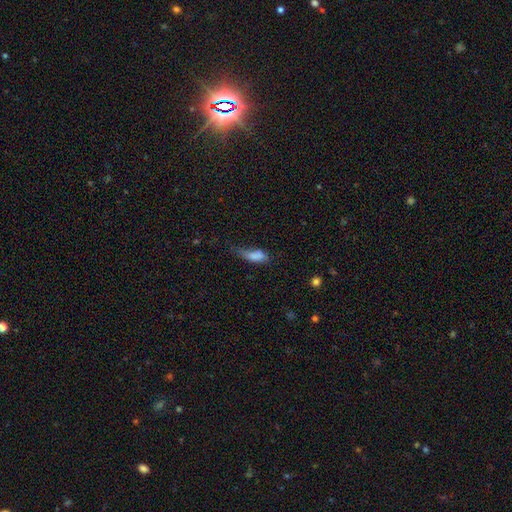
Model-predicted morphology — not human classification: type=smooth (77%); roundness=in between (69%); merging=minor disturbance (36%).